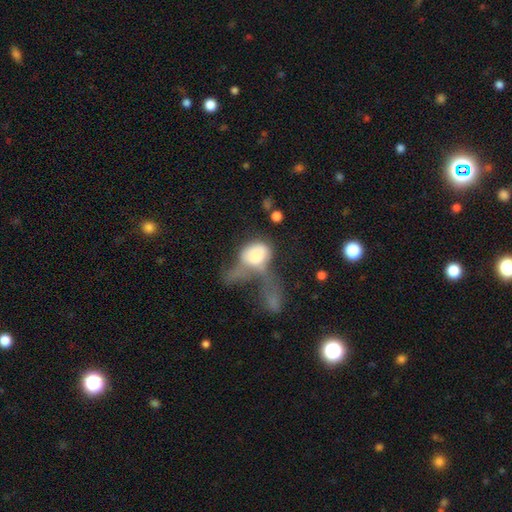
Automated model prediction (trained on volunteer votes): The model was most divided on "merging": merger: 43%, major disturbance: 42%, none: 8%, minor disturbance: 7%. More confident: how rounded — in between (70%); smooth or featured — smooth (68%).